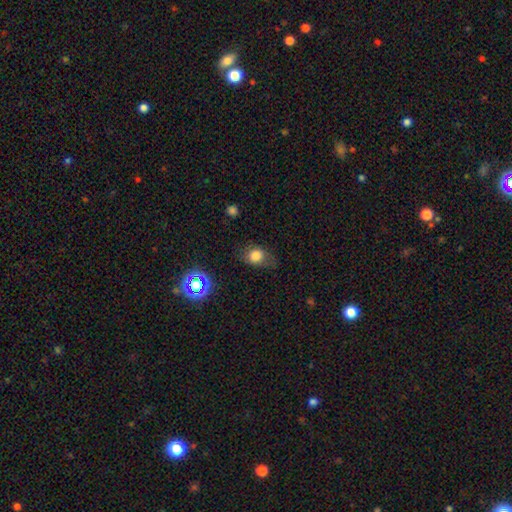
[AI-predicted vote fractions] This appears to be a smooth galaxy with no disk features (76%) that is in between round and cigar-shaped (53%). Merging: none (62%).